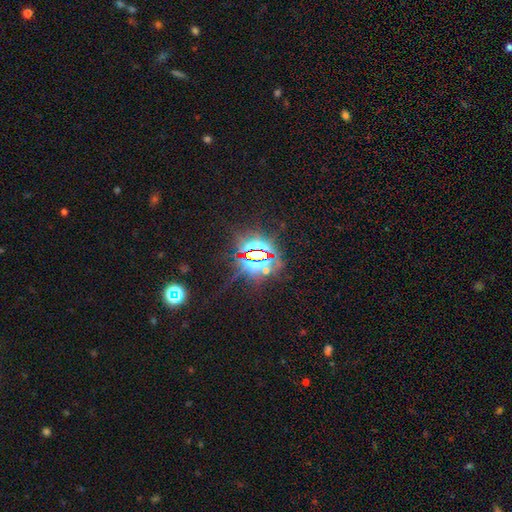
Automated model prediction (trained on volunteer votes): Smooth or featured? Predicted: star or artifact (p=0.83).